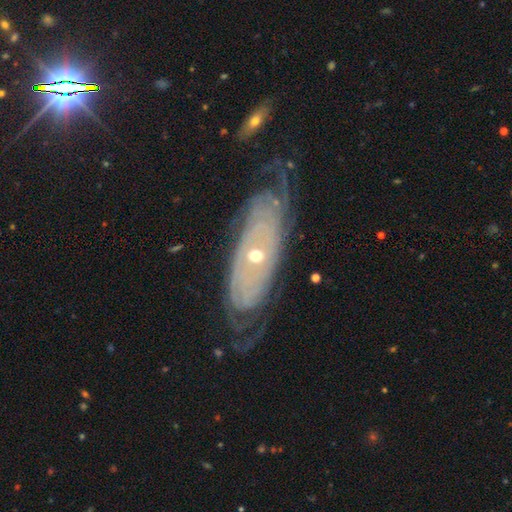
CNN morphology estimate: featured or disk 82%, smooth 11%, star or artifact 7%. Down the decision tree: edge-on disk — no (85%); bar — no (82%); spiral arms — yes (83%); spiral arm count — can't tell (59%); spiral winding — tight (79%); bulge size — small (59%); merging — none (69%).